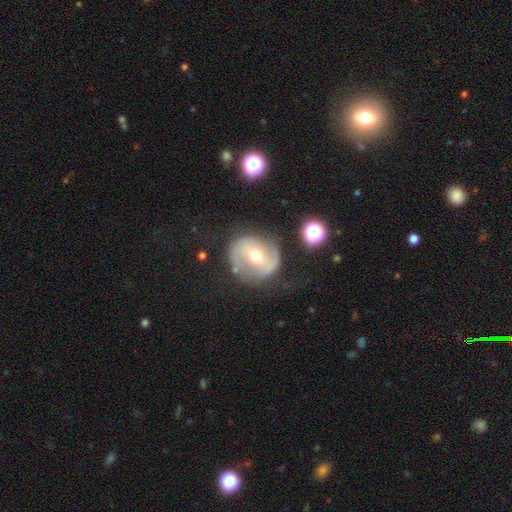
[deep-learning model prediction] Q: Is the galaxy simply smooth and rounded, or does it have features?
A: featured or disk — 74%.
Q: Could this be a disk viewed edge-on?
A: no — 97%.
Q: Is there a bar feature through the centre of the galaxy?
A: weak — 40%.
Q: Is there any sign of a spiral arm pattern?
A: yes — 82%.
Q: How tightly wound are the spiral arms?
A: medium — 44%.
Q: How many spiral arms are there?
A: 2 — 80%.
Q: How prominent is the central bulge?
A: moderate — 50%.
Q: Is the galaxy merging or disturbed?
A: none — 70%.